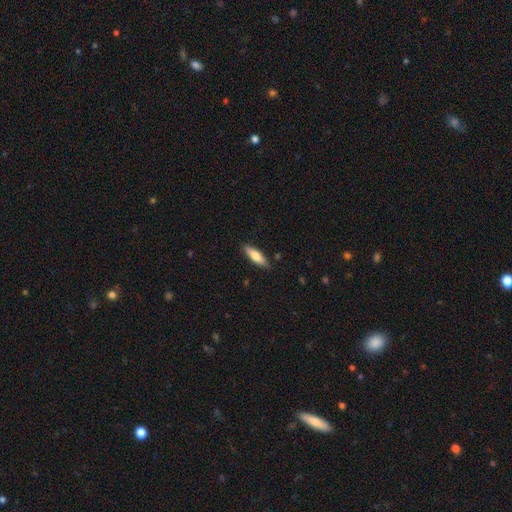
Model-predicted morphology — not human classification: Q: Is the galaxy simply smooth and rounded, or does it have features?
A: smooth — 67%.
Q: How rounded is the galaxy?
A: cigar-shaped — 56%.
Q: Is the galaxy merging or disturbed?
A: none — 87%.